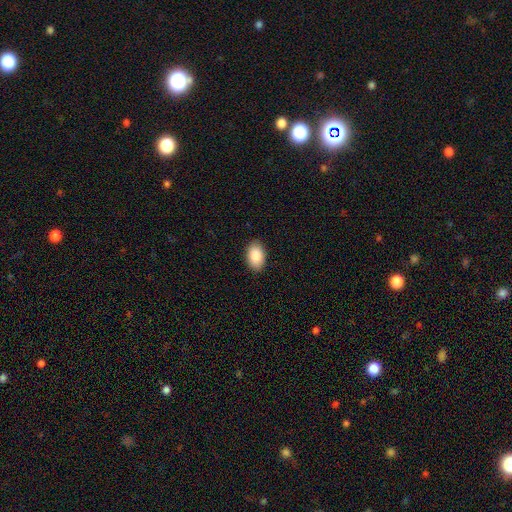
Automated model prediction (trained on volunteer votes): Smooth or featured? Predicted: smooth (p=0.90). How rounded? Predicted: in between (p=0.92). Merging? Predicted: none (p=0.89).